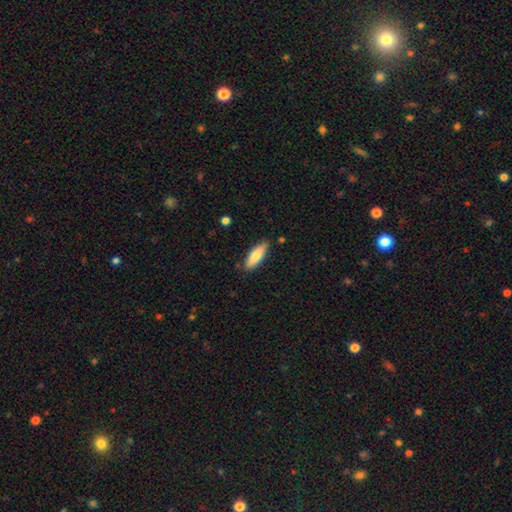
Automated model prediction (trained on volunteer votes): This appears to be a smooth galaxy with no disk features (78%) that is in between round and cigar-shaped (51%). Merging: none (84%).